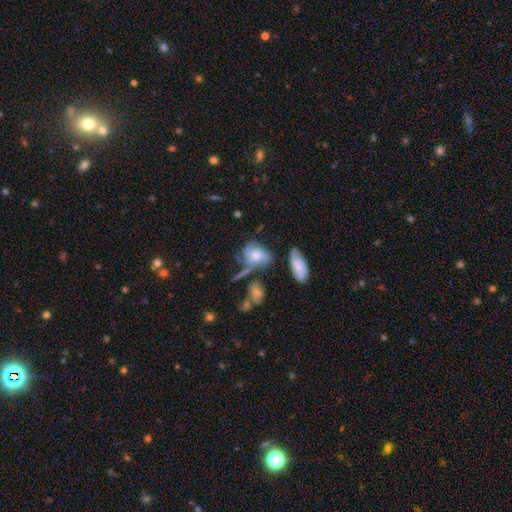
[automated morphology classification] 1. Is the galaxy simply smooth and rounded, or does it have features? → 50% featured or disk, 40% smooth, 10% star or artifact.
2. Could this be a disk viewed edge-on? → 95% no, 5% yes.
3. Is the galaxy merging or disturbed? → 33% none, 27% major disturbance, 24% minor disturbance, 17% merger.